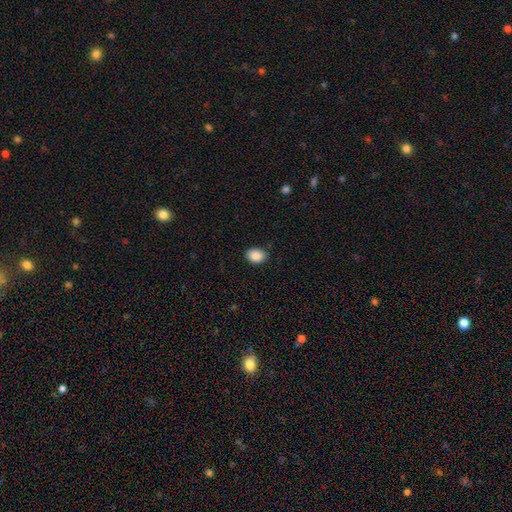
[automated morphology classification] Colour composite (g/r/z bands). It shows a smooth galaxy with no disk features (89%) that is in between round and cigar-shaped (66%). Merging: none (87%).